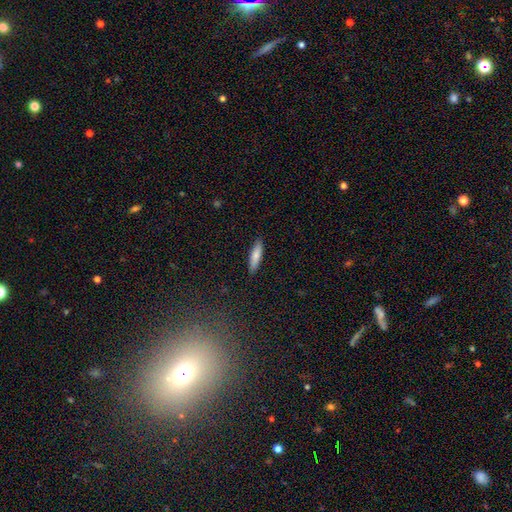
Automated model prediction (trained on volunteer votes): A smooth galaxy with no disk features (76%) that is cigar-shaped (71%).

Vote fractions:
- Smooth or featured? smooth: 76% / featured or disk: 18% / star or artifact: 6%
- How rounded? cigar-shaped: 71% / in between: 27% / round: 2%
- Merging? none: 89% / minor disturbance: 8% / major disturbance: 2% / merger: 1%